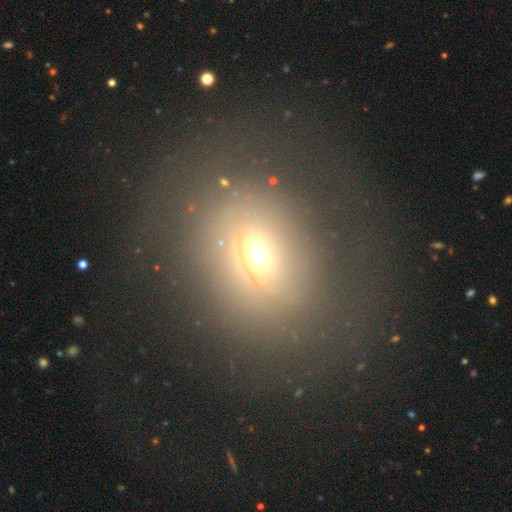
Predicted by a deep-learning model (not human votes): Morphology: type=smooth (51%); roundness=round (51%); merging=none (62%).